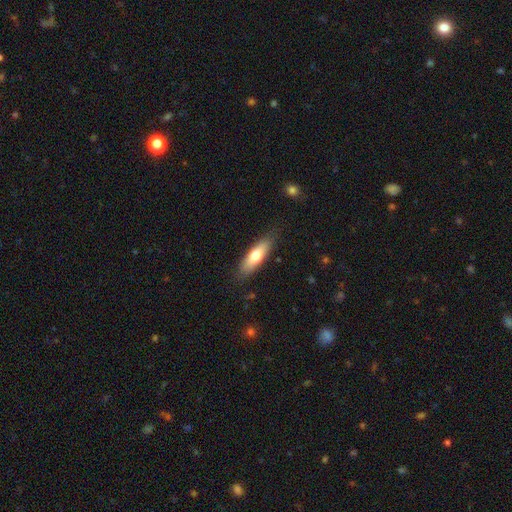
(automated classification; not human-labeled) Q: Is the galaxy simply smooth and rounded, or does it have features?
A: smooth — 67%.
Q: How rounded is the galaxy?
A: in between — 52%.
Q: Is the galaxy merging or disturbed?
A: none — 83%.